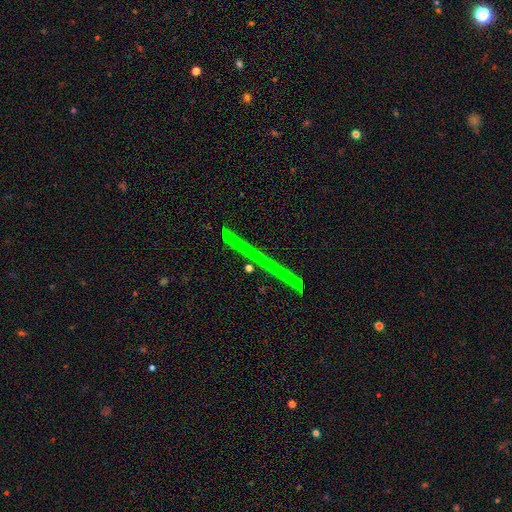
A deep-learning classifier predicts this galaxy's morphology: star or artifact 44%, featured or disk 37%, smooth 19%.